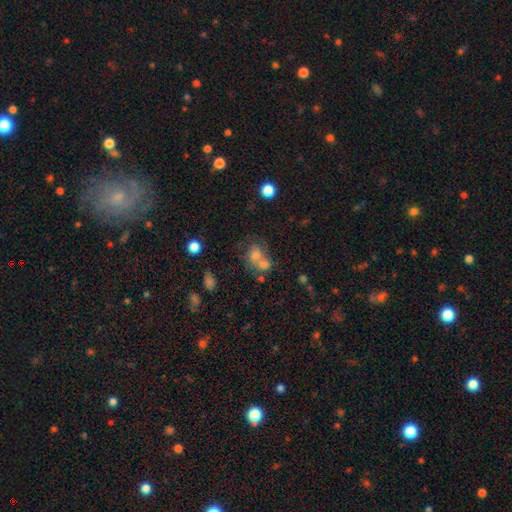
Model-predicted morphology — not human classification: Smooth or featured?
  - smooth: 52% *
  - star or artifact: 25%
  - featured or disk: 23%
How rounded?
  - round: 57% *
  - in between: 42%
  - cigar-shaped: 2%
Merging?
  - merger: 45% *
  - none: 36%
  - minor disturbance: 11%
  - major disturbance: 8%